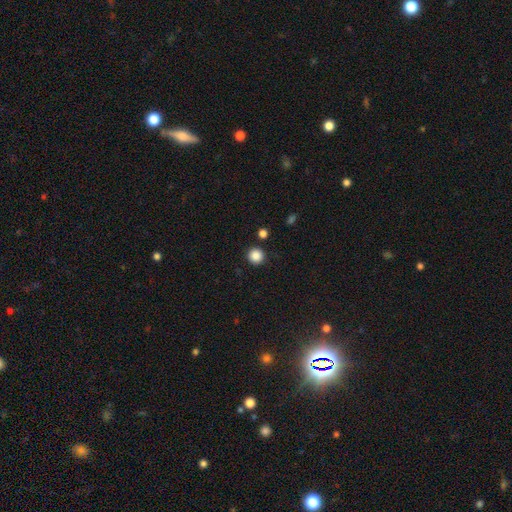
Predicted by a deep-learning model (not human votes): The model was most divided on "smooth or featured": smooth: 87%, star or artifact: 10%, featured or disk: 3%. More confident: how rounded — round (96%); merging — none (91%).